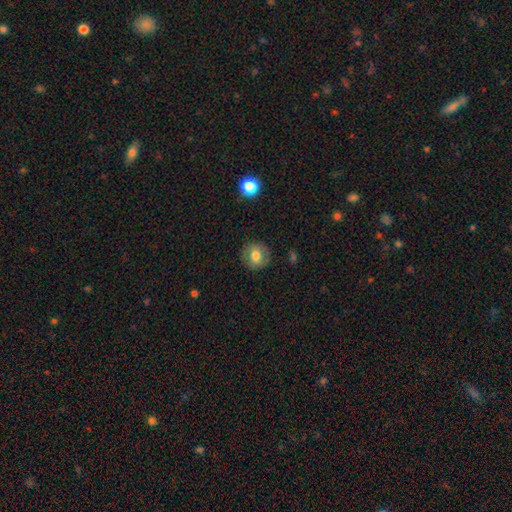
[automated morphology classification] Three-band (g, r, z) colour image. It shows a smooth galaxy with no disk features (75%) that is round (89%). Merging: none (88%).